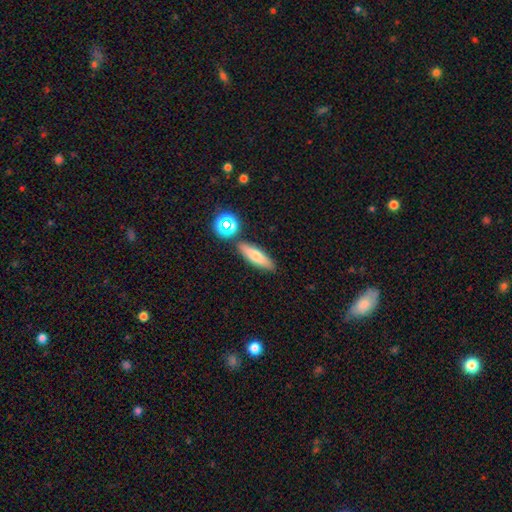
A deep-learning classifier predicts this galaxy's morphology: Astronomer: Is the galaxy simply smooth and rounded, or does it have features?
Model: smooth — 69%.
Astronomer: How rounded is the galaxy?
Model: cigar-shaped — 57% (runner-up: in between, 39%).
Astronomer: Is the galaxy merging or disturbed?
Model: none — 82%.